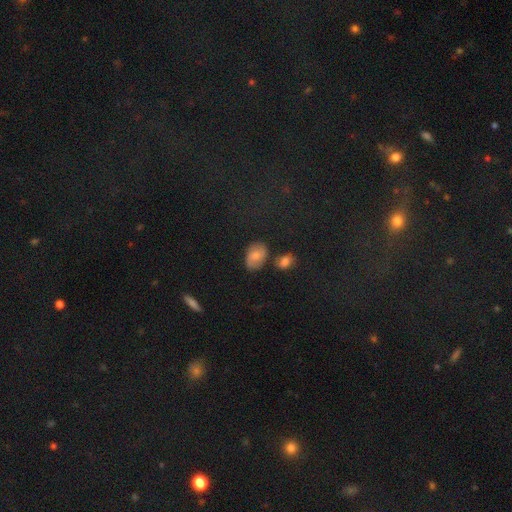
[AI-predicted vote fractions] A smooth galaxy with no disk features (63%) that is in between round and cigar-shaped (80%). Merging: none (65%).